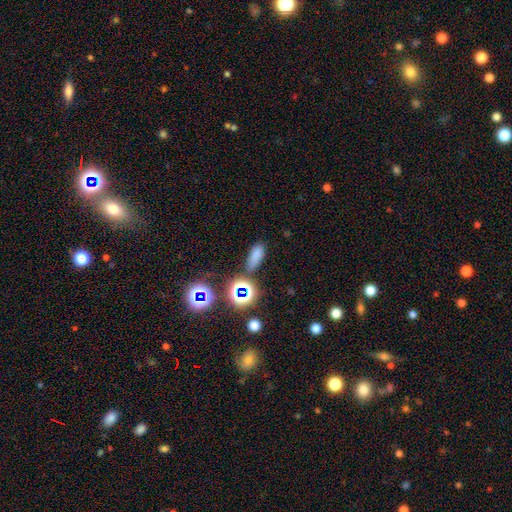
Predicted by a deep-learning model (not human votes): smooth-or-featured: smooth: 70% | star or artifact: 23% | featured or disk: 7%
  how-rounded: in between: 68% | cigar-shaped: 24% | round: 8%
  merging: none: 73% | minor disturbance: 14% | merger: 8% | major disturbance: 5%